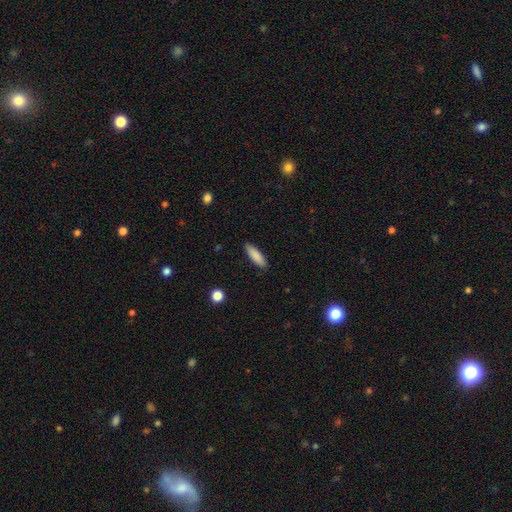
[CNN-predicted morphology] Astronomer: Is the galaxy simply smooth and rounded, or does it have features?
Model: smooth — 87%.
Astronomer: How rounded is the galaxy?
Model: cigar-shaped — 61% (runner-up: in between, 38%).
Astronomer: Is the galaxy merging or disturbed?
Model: none — 89%.